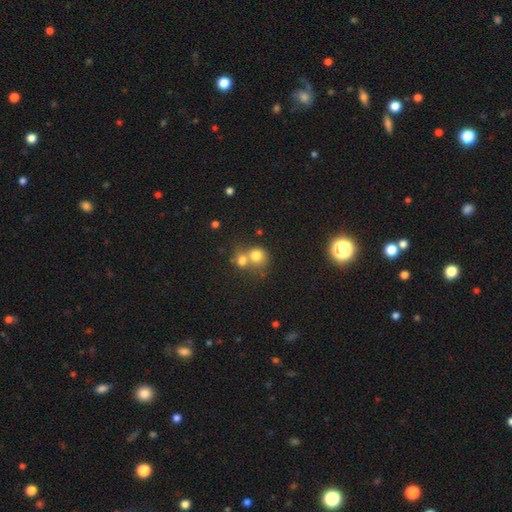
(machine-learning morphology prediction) smooth 75%, featured or disk 13%, star or artifact 12%. Down the decision tree: how rounded — round (80%); merging — merger (58%).